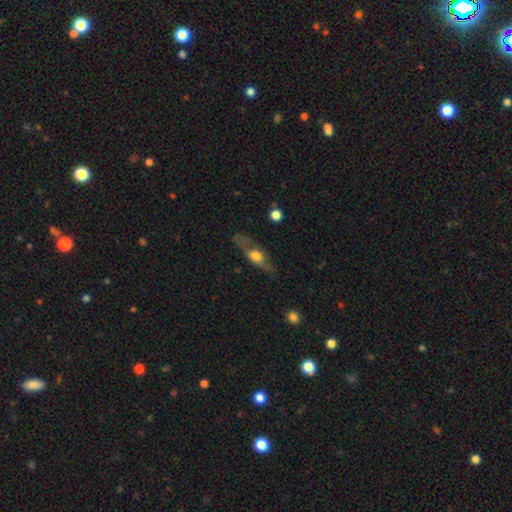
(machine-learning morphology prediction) Smooth or featured? featured or disk (52%)
Edge-on disk? yes (67%)
Merging? none (67%)